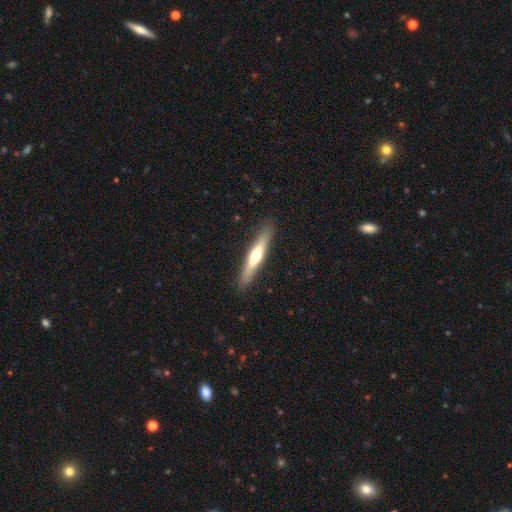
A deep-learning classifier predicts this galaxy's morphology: This appears to be a featured or disk galaxy (51%) viewed edge-on (94%). Merging: none (90%).